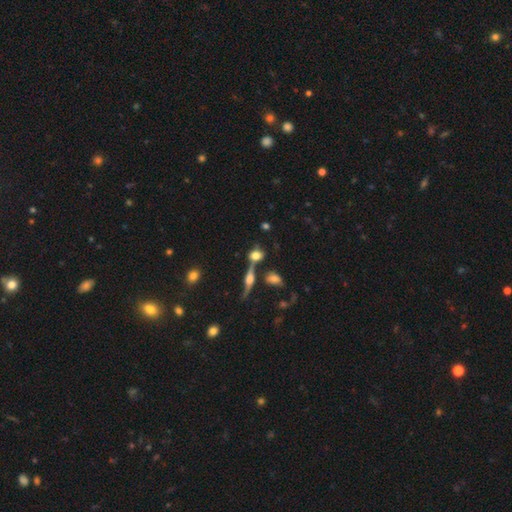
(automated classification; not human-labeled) smooth_or_featured: smooth (p=0.61) [alt: featured or disk p=0.27]
how_rounded: round (p=0.48) [alt: in between p=0.44]
merging: none (p=0.50) [alt: merger p=0.28]